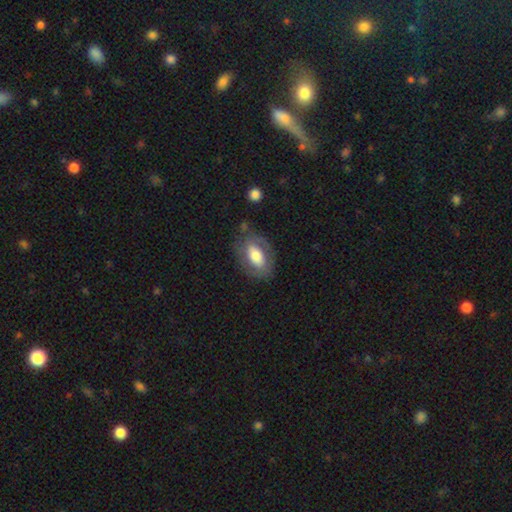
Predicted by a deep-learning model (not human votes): A smooth galaxy with no disk features (54%) that is in between round and cigar-shaped (87%). Merging: none (71%).